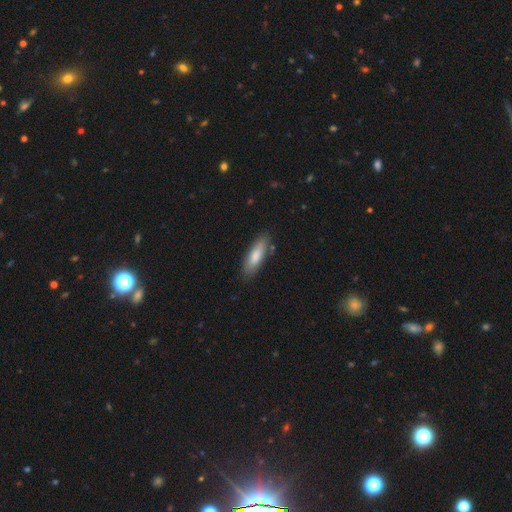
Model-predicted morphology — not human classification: Smooth or featured?
  - smooth: 79% *
  - featured or disk: 15%
  - star or artifact: 6%
How rounded?
  - cigar-shaped: 52% *
  - in between: 47%
  - round: 2%
Merging?
  - none: 80% *
  - minor disturbance: 14%
  - major disturbance: 3%
  - merger: 2%